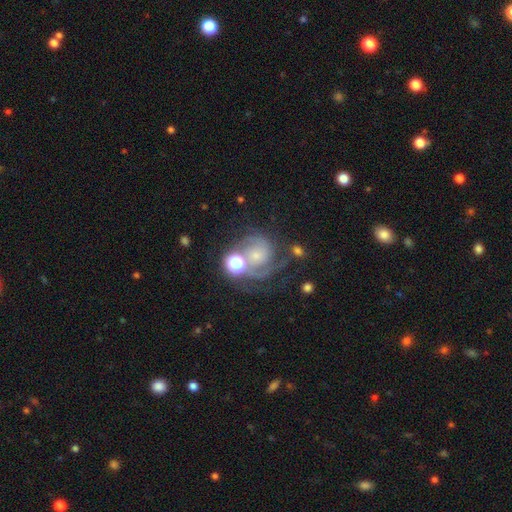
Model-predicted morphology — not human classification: smooth_or_featured: featured or disk (p=0.76) [alt: smooth p=0.13]
disk_edge_on: no (p=0.98) [alt: yes p=0.02]
bar: no (p=0.70) [alt: weak p=0.24]
has_spiral_arms: yes (p=0.94) [alt: no p=0.06]
spiral_winding: medium (p=0.43) [alt: tight p=0.42]
spiral_arm_count: 2 (p=0.57) [alt: can't tell p=0.14]
bulge_size: small (p=0.55) [alt: moderate p=0.28]
merging: none (p=0.50) [alt: major disturbance p=0.18]